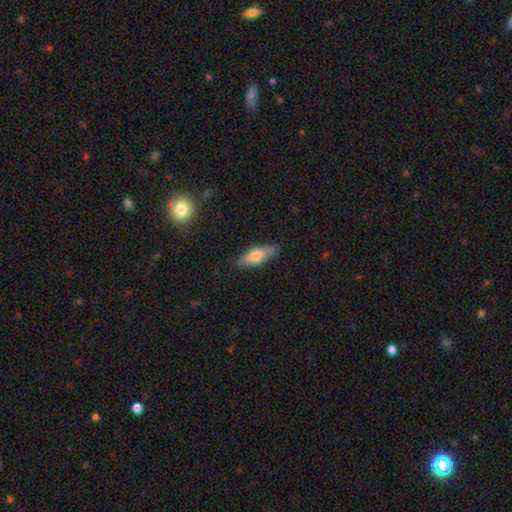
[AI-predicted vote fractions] This is possibly a smooth galaxy (49%). Merging: clearly none (86%).